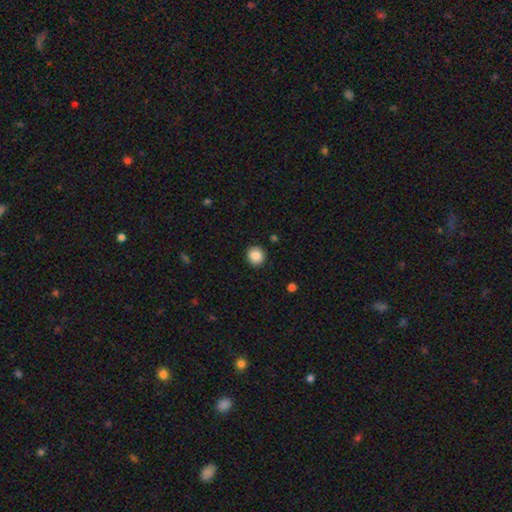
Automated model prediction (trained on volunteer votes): Smooth or featured? smooth (87%)
How rounded? round (87%)
Merging? none (91%)